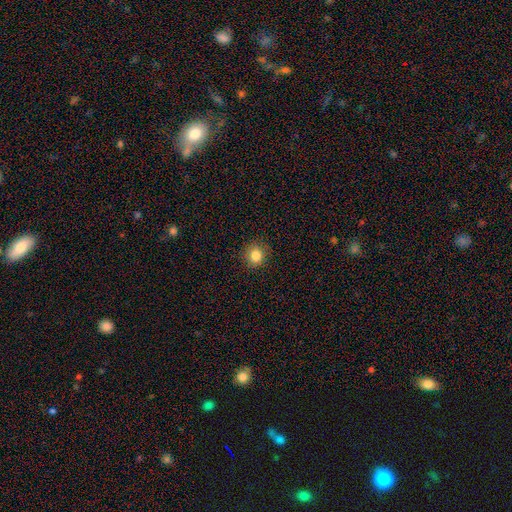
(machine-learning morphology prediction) type=smooth (84%); roundness=round (90%); merging=none (90%).